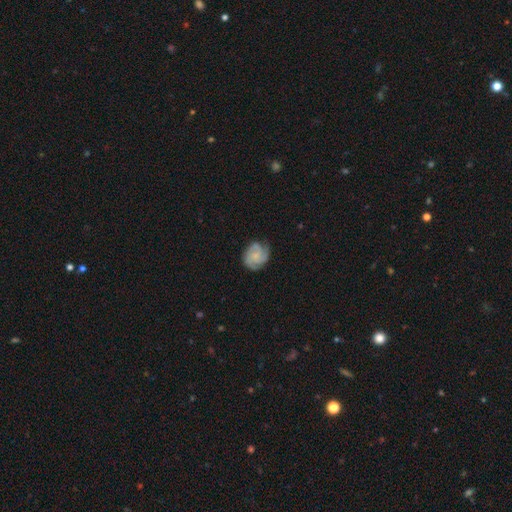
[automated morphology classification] This is likely a featured or disk galaxy (70%). It is clearly not viewed edge-on (98%). Bar: likely no (73%). Spiral arm pattern: clearly yes (95%). Spiral arm count: possibly 3 (45%). Spiral winding: possibly tight (55%). Central bulge: possibly small (57%). Merging: likely none (75%).